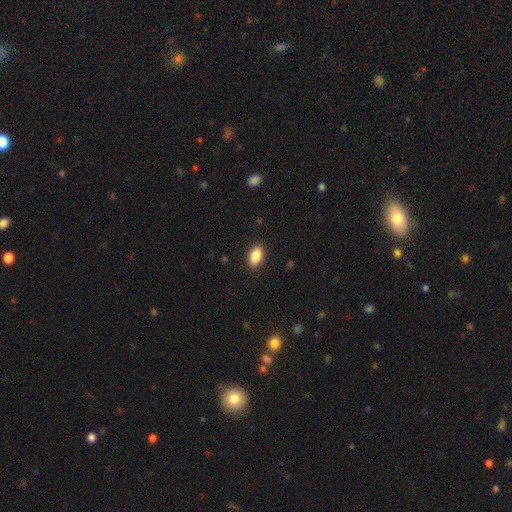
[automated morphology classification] The model was most divided on "merging": none: 89%, minor disturbance: 8%, major disturbance: 2%, merger: 1%. More confident: how rounded — in between (92%); smooth or featured — smooth (88%).